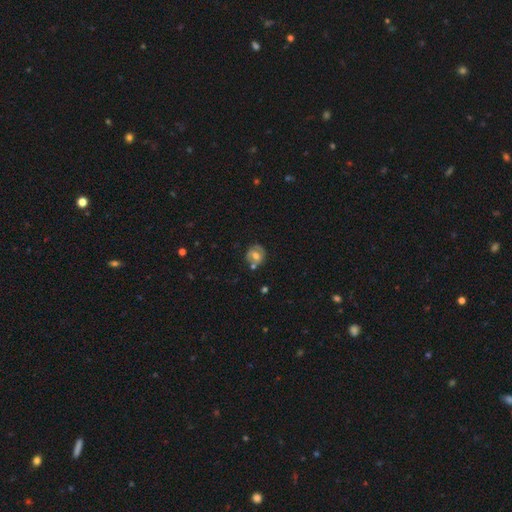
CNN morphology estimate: This appears to be a smooth galaxy with no disk features (49%). Merging: none (64%).